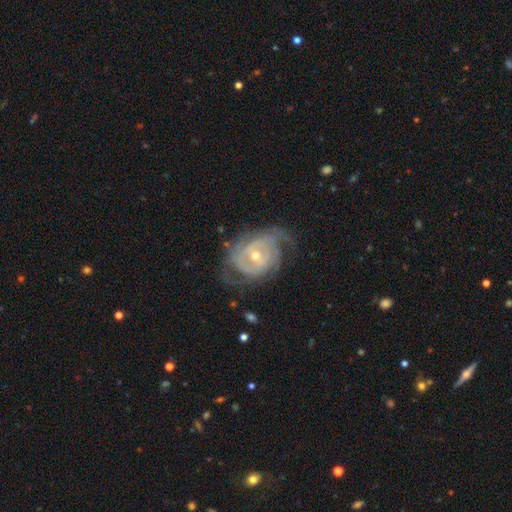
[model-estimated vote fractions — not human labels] Smooth or featured?
  - featured or disk: 87% *
  - smooth: 8%
  - star or artifact: 6%
Edge-on disk?
  - no: 97% *
  - yes: 3%
Bar?
  - no: 53% *
  - weak: 36%
  - strong: 11%
Spiral arms?
  - yes: 94% *
  - no: 6%
Spiral winding?
  - tight: 57% *
  - medium: 33%
  - loose: 10%
Spiral arm count?
  - 2: 34% *
  - can't tell: 29%
  - 3: 20%
  - 4: 7%
  - 1: 5%
  - more than 4: 5%
Bulge size?
  - small: 53% *
  - moderate: 44%
  - large: 1%
  - none: 1%
  - dominant: 1%
Merging?
  - none: 59% *
  - minor disturbance: 23%
  - major disturbance: 16%
  - merger: 1%